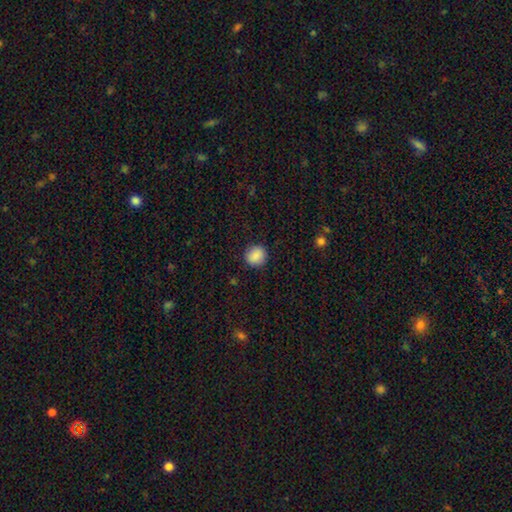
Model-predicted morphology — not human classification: Smooth or featured? smooth (88%)
How rounded? round (89%)
Merging? none (90%)